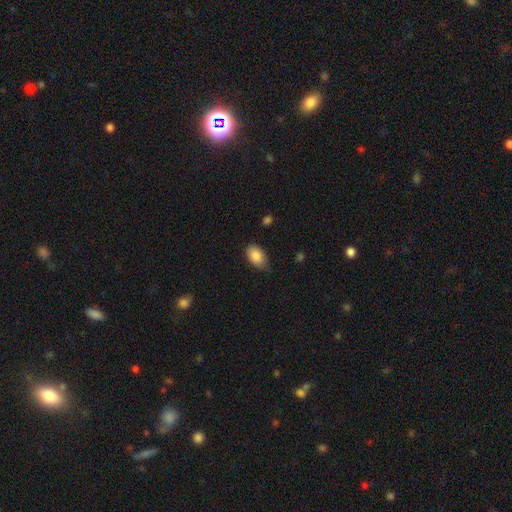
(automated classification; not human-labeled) The model was most divided on "merging": none: 66%, minor disturbance: 28%, major disturbance: 4%, merger: 1%. More confident: how rounded — in between (90%); smooth or featured — smooth (86%).